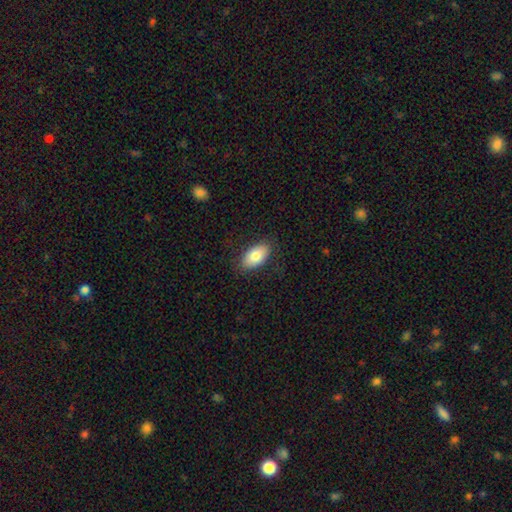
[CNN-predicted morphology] Overall: smooth (81%). How rounded: in between (94%). Merging: none (85%).